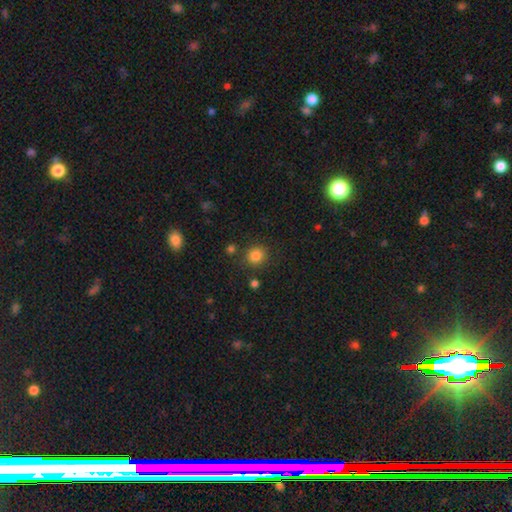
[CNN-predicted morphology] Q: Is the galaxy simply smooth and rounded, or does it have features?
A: smooth — 83%.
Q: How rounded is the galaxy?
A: round — 86%.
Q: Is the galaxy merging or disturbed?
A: none — 83%.